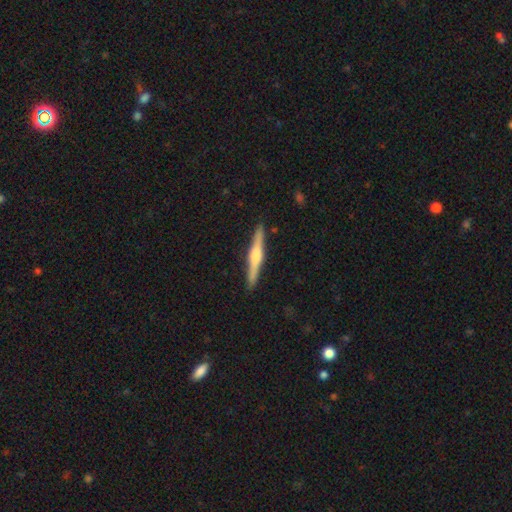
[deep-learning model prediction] featured or disk 71%, smooth 23%, star or artifact 5%. Down the decision tree: edge-on disk — yes (98%); edge-on bulge — rounded (86%); merging — none (91%).